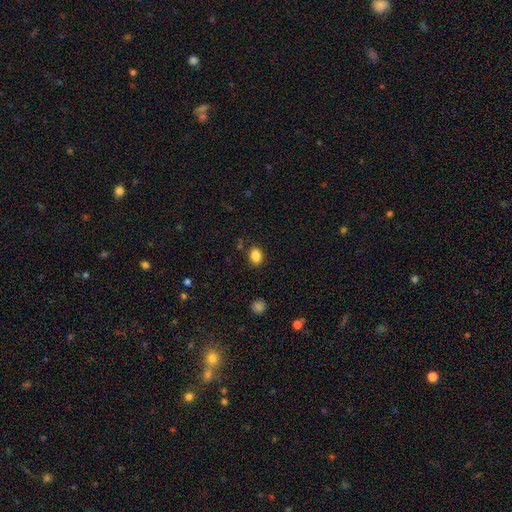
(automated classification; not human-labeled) The model was most divided on "how rounded": in between: 67%, round: 32%, cigar-shaped: 1%. More confident: smooth or featured — smooth (86%); merging — none (85%).